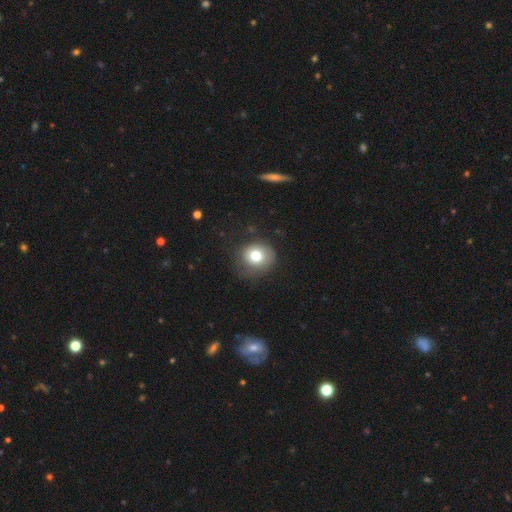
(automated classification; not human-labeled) Smooth or featured? smooth (75%)
How rounded? round (82%)
Merging? none (70%)